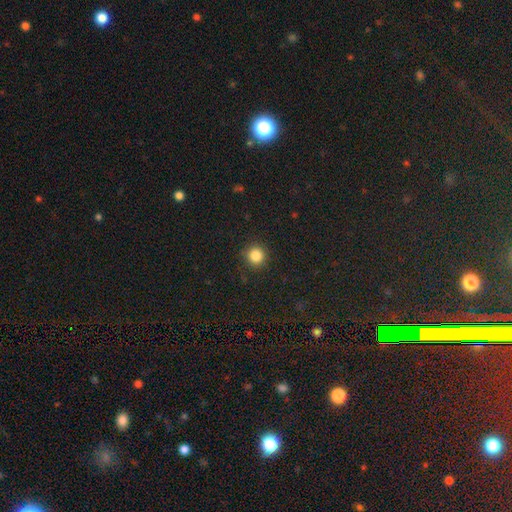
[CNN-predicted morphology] Smooth or featured?
  - smooth: 84% *
  - star or artifact: 12%
  - featured or disk: 4%
How rounded?
  - round: 94% *
  - in between: 5%
  - cigar-shaped: 1%
Merging?
  - none: 90% *
  - minor disturbance: 6%
  - major disturbance: 2%
  - merger: 1%